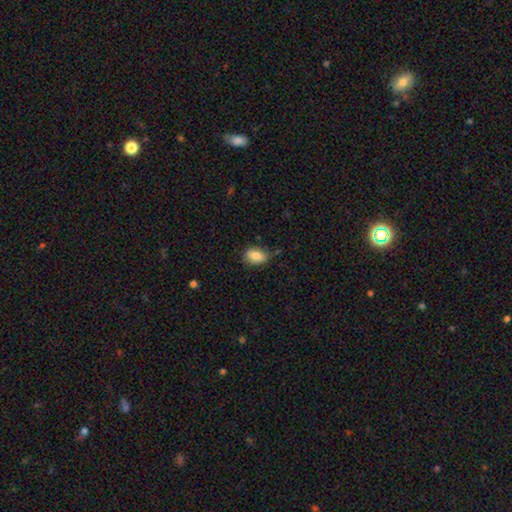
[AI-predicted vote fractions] A smooth galaxy with no disk features (84%) that is in between round and cigar-shaped (84%). Merging: none (72%).